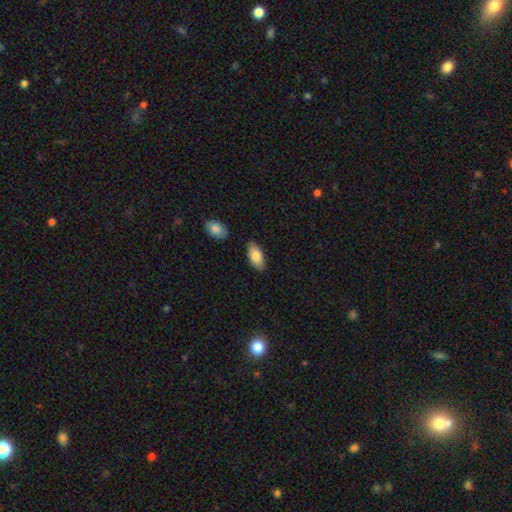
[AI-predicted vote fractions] smooth-or-featured: smooth: 83% | featured or disk: 11% | star or artifact: 6%
  how-rounded: in between: 92% | cigar-shaped: 6% | round: 2%
  merging: none: 82% | minor disturbance: 12% | merger: 3% | major disturbance: 2%